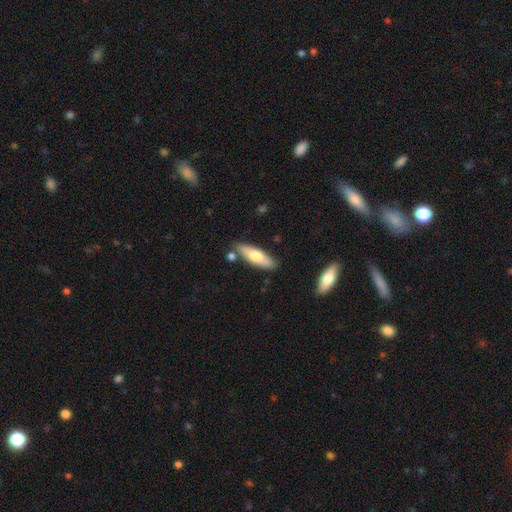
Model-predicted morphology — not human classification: smooth_or_featured: smooth (p=0.63) [alt: featured or disk p=0.31]
how_rounded: cigar-shaped (p=0.51) [alt: in between p=0.47]
merging: none (p=0.80) [alt: minor disturbance p=0.12]